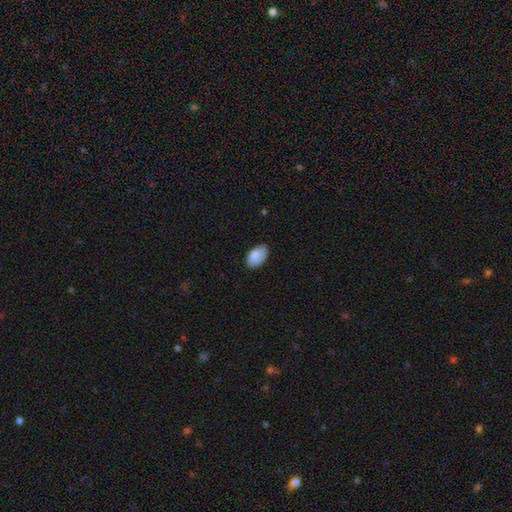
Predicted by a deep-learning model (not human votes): A smooth galaxy with no disk features (81%) that is in between round and cigar-shaped (94%).

Vote fractions:
- Smooth or featured? smooth: 81% / featured or disk: 13% / star or artifact: 7%
- How rounded? in between: 94% / round: 4% / cigar-shaped: 1%
- Merging? none: 70% / minor disturbance: 24% / major disturbance: 4% / merger: 1%